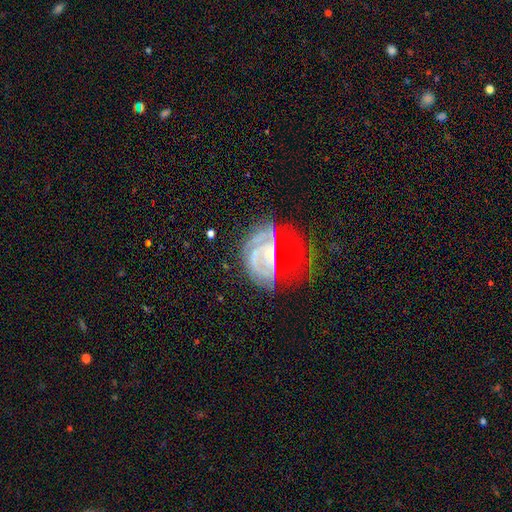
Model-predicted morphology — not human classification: smooth_or_featured: featured or disk (p=0.68) [alt: star or artifact p=0.18]
disk_edge_on: no (p=0.97) [alt: yes p=0.03]
bar: no (p=0.55) [alt: weak p=0.32]
has_spiral_arms: yes (p=0.82) [alt: no p=0.18]
spiral_winding: tight (p=0.55) [alt: medium p=0.33]
spiral_arm_count: can't tell (p=0.32) [alt: 2 p=0.28]
bulge_size: small (p=0.58) [alt: moderate p=0.30]
merging: none (p=0.48) [alt: major disturbance p=0.23]